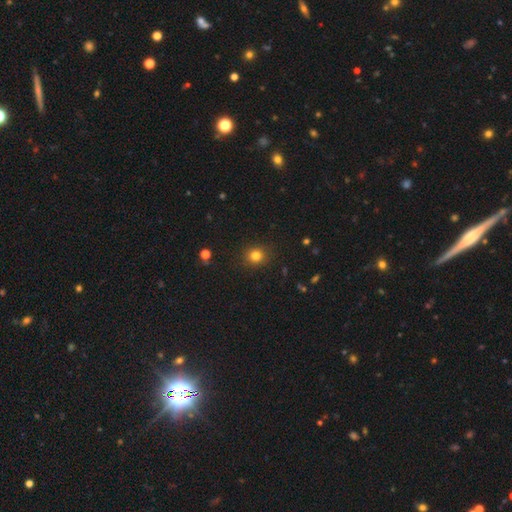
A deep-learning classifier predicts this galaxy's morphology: A smooth galaxy with no disk features (80%) that is round (85%). Merging: none (90%).